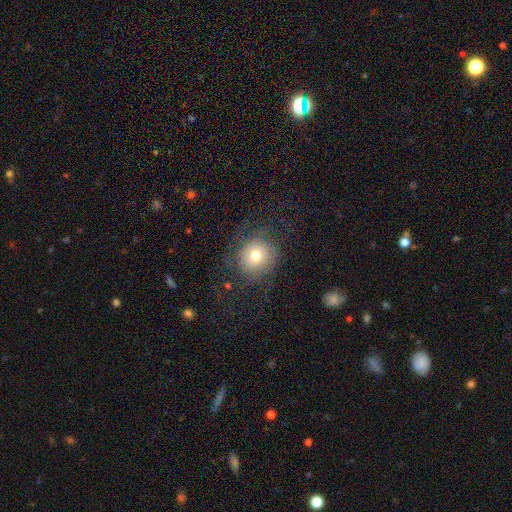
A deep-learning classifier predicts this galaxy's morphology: smooth 62%, featured or disk 26%, star or artifact 12%. Down the decision tree: how rounded — round (88%); merging — none (72%).